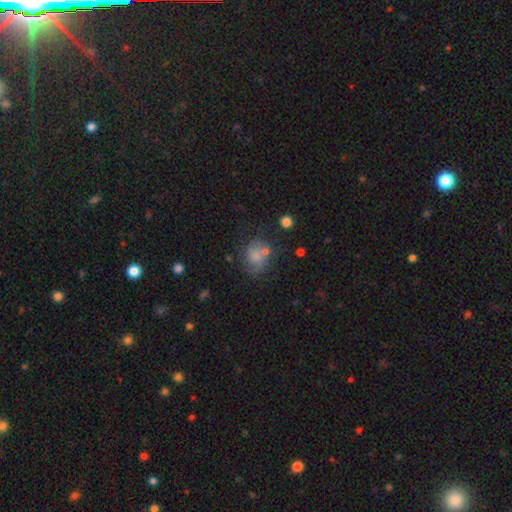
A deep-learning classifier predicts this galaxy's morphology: Smooth or featured? Predicted: smooth (p=0.52). How rounded? Predicted: round (p=0.51). Merging? Predicted: none (p=0.54).